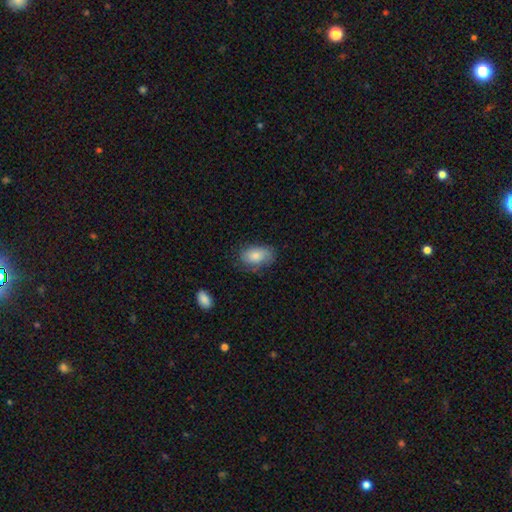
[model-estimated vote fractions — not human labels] Smooth or featured?
  - smooth: 74% *
  - featured or disk: 19%
  - star or artifact: 7%
How rounded?
  - in between: 89% *
  - round: 9%
  - cigar-shaped: 2%
Merging?
  - none: 64% *
  - minor disturbance: 26%
  - major disturbance: 9%
  - merger: 2%